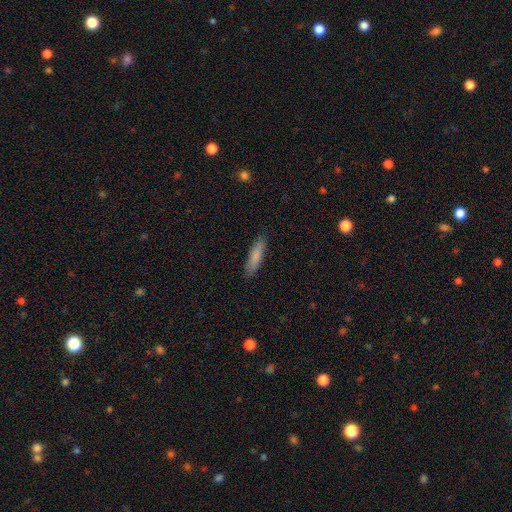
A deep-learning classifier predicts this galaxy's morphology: Smooth or featured?
  - smooth: 82% *
  - featured or disk: 12%
  - star or artifact: 6%
How rounded?
  - cigar-shaped: 74% *
  - in between: 25%
  - round: 1%
Merging?
  - none: 87% *
  - minor disturbance: 10%
  - major disturbance: 2%
  - merger: 1%